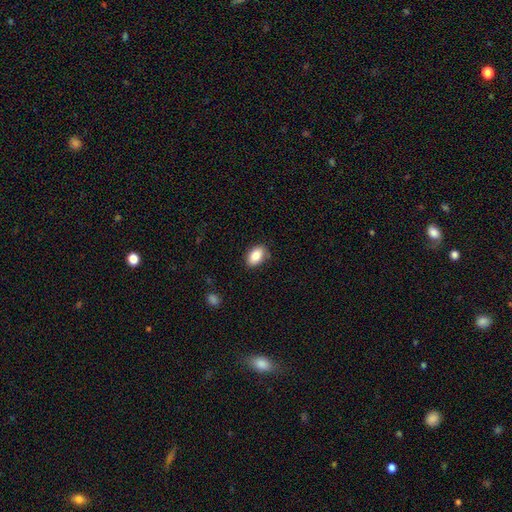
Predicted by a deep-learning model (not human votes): smooth 85%, featured or disk 8%, star or artifact 7%. Down the decision tree: how rounded — in between (89%); merging — none (83%).